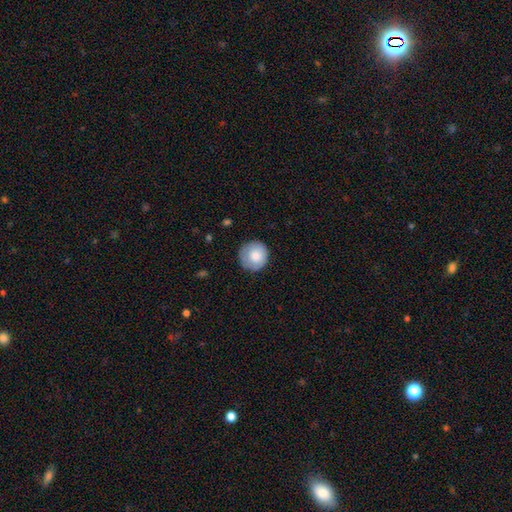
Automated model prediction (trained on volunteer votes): Overall: smooth (79%). How rounded: round (94%). Merging: none (81%).